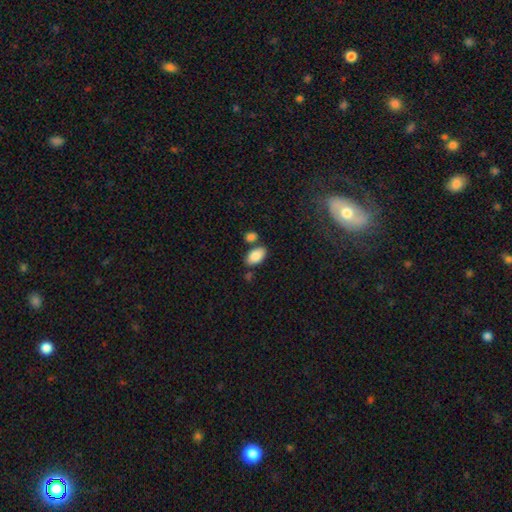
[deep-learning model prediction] Q: Smooth or featured?
A: smooth (87%); runner-up: star or artifact (7%)
Q: How rounded?
A: in between (94%); runner-up: round (4%)
Q: Merging?
A: none (69%); runner-up: merger (15%)